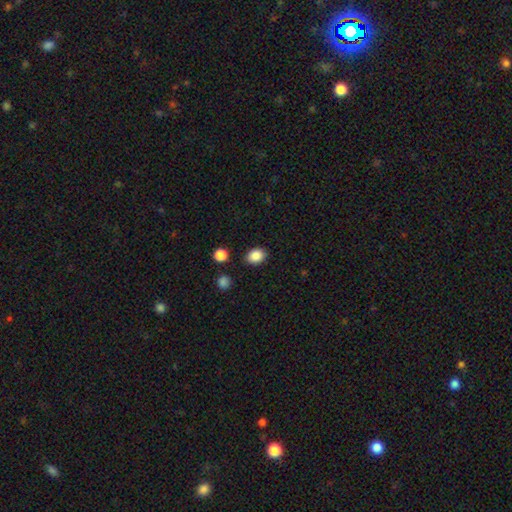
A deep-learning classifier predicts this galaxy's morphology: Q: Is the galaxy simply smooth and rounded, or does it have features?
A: smooth — 87%.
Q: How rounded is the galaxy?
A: in between — 67%.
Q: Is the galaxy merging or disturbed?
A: none — 84%.